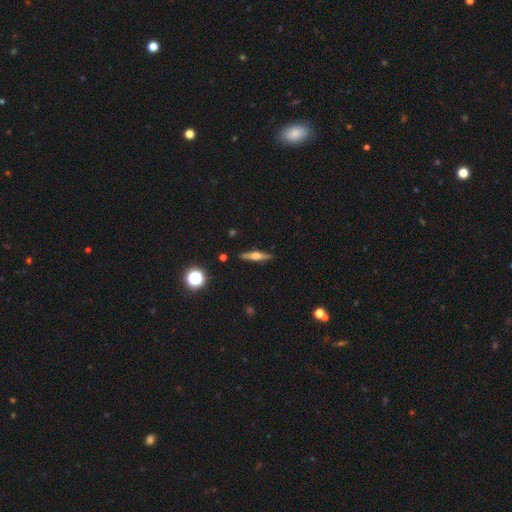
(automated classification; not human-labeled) This appears to be a featured or disk galaxy (61%) viewed edge-on (97%) with a rounded central bulge (86%). Merging: none (90%).